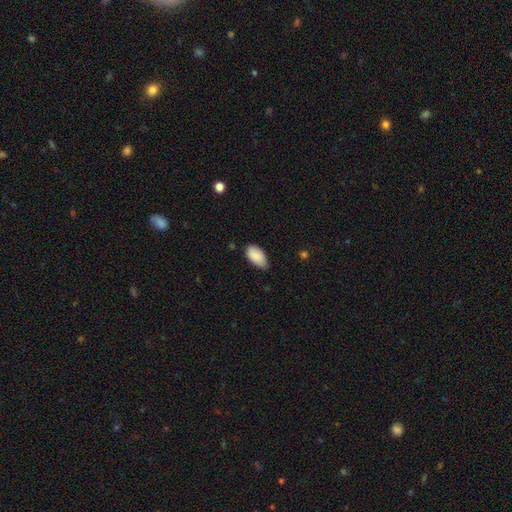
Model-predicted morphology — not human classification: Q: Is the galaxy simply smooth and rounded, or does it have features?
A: smooth — 87%.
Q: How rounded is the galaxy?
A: in between — 95%.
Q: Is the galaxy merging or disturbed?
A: none — 66%.